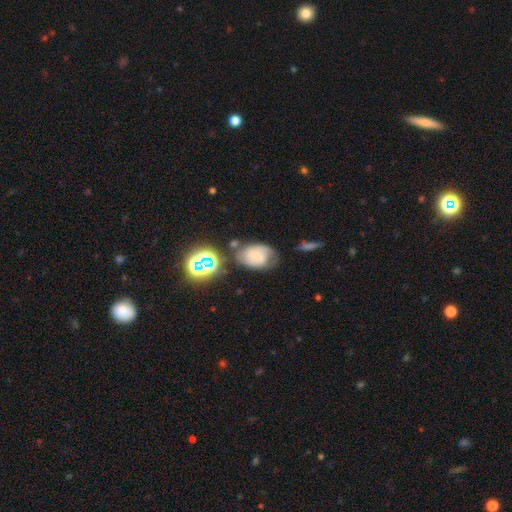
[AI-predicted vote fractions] Smooth or featured?
  - smooth: 44% *
  - featured or disk: 39%
  - star or artifact: 17%
Merging?
  - none: 53% *
  - minor disturbance: 26%
  - major disturbance: 11%
  - merger: 10%